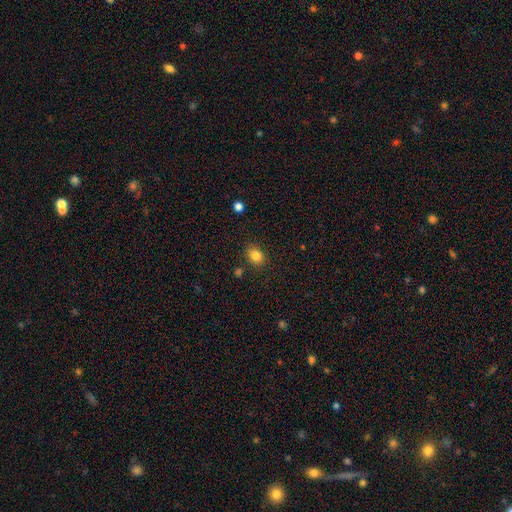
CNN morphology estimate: smooth 84%, star or artifact 10%, featured or disk 6%. Down the decision tree: how rounded — in between (67%); merging — none (83%).